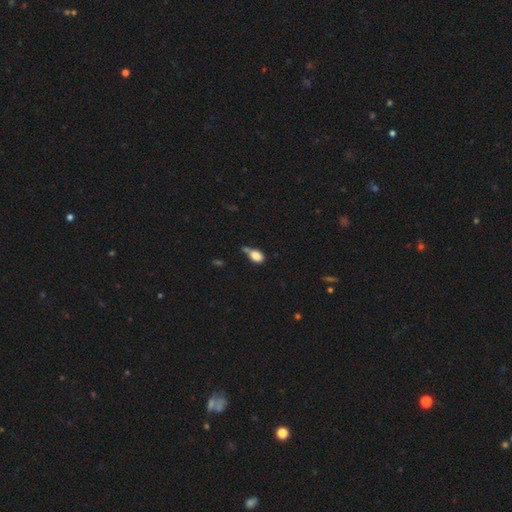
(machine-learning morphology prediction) This appears to be a smooth galaxy with no disk features (84%) that is in between round and cigar-shaped (81%). Merging: none (41%).